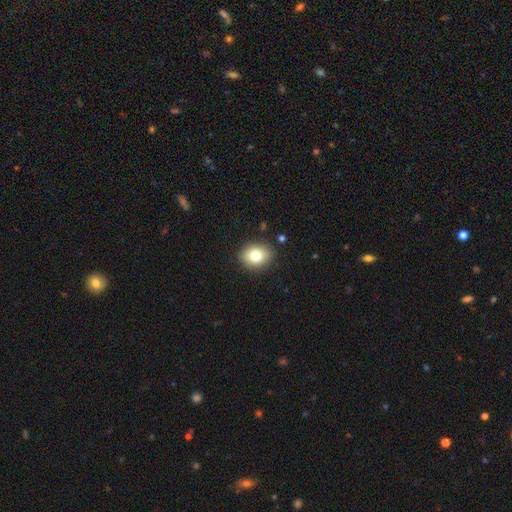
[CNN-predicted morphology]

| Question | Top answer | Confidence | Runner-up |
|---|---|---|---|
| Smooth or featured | smooth | 78% | featured or disk (12%) |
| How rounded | in between | 55% | round (44%) |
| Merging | none | 86% | minor disturbance (10%) |